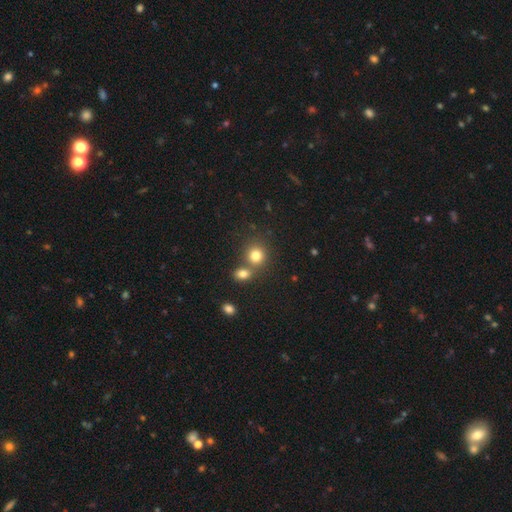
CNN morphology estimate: A smooth galaxy with no disk features (79%) that is round (82%).

Vote fractions:
- Smooth or featured? smooth: 79% / star or artifact: 13% / featured or disk: 8%
- How rounded? round: 82% / in between: 17% / cigar-shaped: 1%
- Merging? none: 55% / merger: 34% / minor disturbance: 8% / major disturbance: 3%